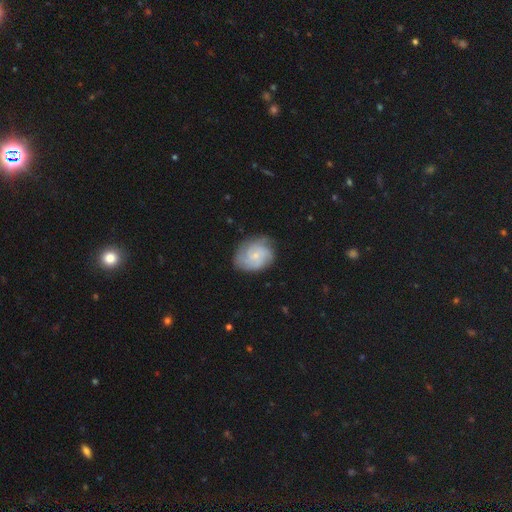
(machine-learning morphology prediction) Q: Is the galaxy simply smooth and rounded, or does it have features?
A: featured or disk — 69%.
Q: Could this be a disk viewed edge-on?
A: no — 98%.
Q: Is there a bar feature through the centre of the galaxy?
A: no — 74%.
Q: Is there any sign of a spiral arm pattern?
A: yes — 94%.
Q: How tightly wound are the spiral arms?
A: tight — 59%.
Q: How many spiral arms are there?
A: can't tell — 32%.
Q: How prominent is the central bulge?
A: small — 70%.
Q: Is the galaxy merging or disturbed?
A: none — 74%.